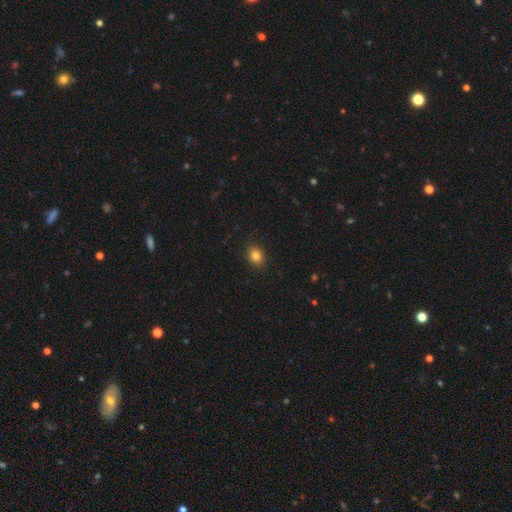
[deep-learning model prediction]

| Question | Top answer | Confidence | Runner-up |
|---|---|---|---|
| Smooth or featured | smooth | 83% | star or artifact (11%) |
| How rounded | in between | 54% | round (45%) |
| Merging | none | 88% | minor disturbance (9%) |